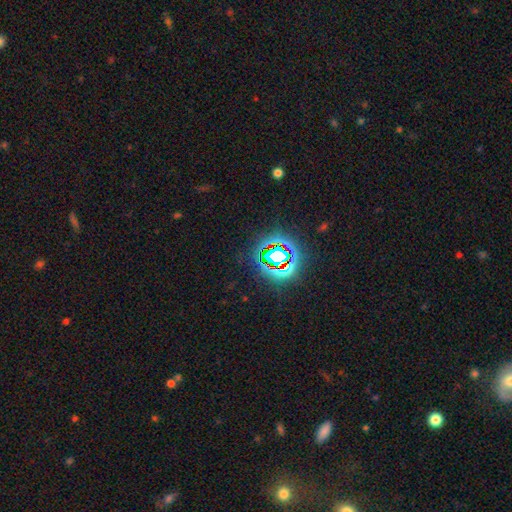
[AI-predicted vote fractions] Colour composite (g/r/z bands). It shows a star or artifact, not a galaxy (76%).